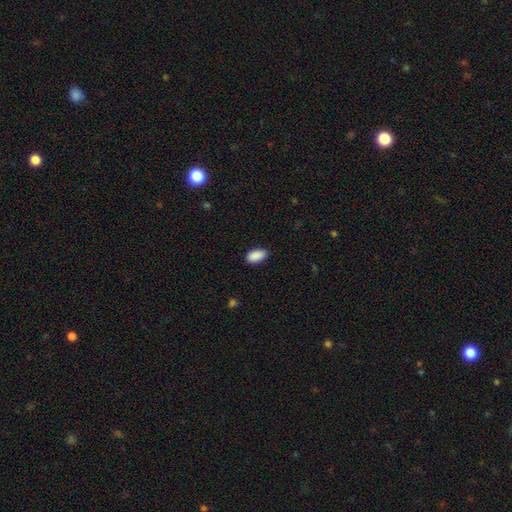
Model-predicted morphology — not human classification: type=smooth (91%); roundness=in between (94%); merging=none (85%).